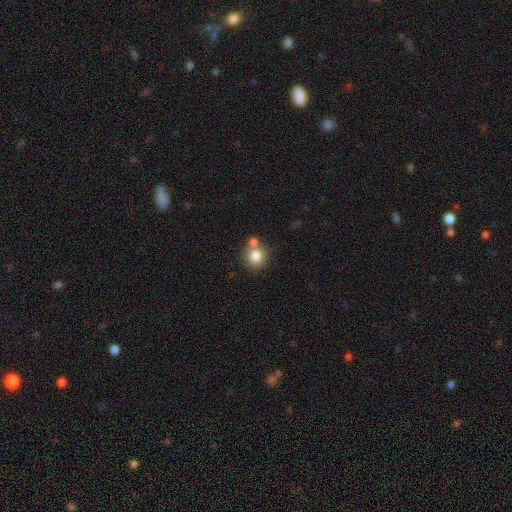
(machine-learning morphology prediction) This is clearly a smooth galaxy (81%). How rounded: clearly round (91%). Merging: likely none (62%).